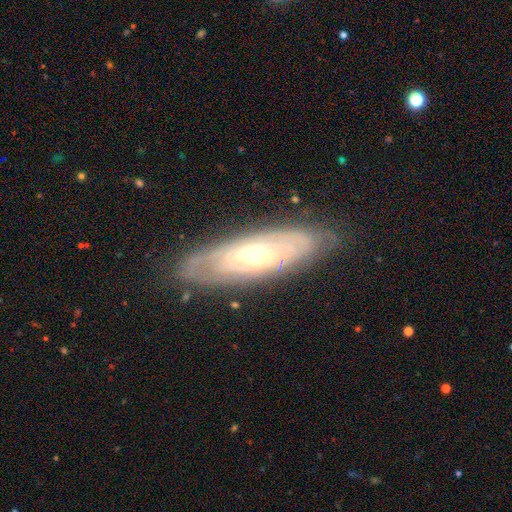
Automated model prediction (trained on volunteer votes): featured or disk 77%, smooth 17%, star or artifact 6%. Down the decision tree: edge-on disk — no (77%); bar — no (70%); spiral arms — yes (73%); bulge size — moderate (62%); merging — none (81%).